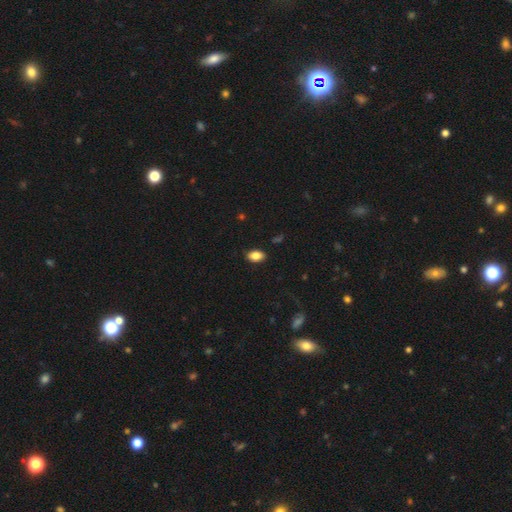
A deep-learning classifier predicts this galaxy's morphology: smooth 85%, star or artifact 8%, featured or disk 7%. Down the decision tree: how rounded — in between (90%); merging — none (87%).